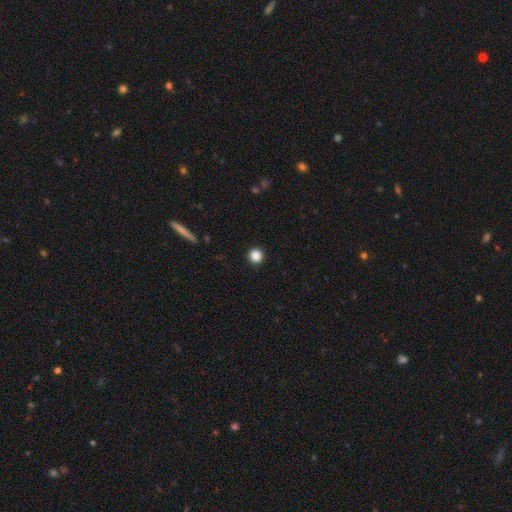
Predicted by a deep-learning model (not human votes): This appears to be a smooth galaxy with no disk features (87%) that is round (94%). Merging: none (93%).